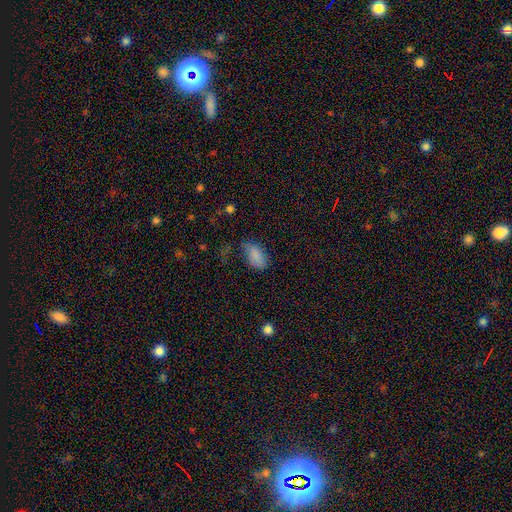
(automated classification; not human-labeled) This is clearly a smooth galaxy (84%). How rounded: clearly in between (93%). Merging: possibly none (54%).